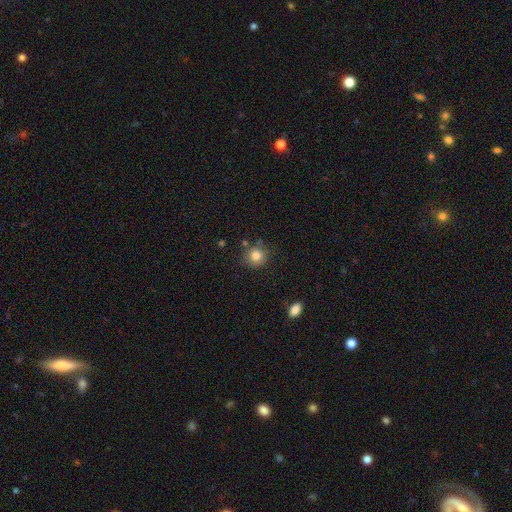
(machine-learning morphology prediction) Smooth or featured?
  - smooth: 82% *
  - star or artifact: 11%
  - featured or disk: 7%
How rounded?
  - round: 90% *
  - in between: 9%
  - cigar-shaped: 1%
Merging?
  - none: 80% *
  - minor disturbance: 11%
  - merger: 6%
  - major disturbance: 3%